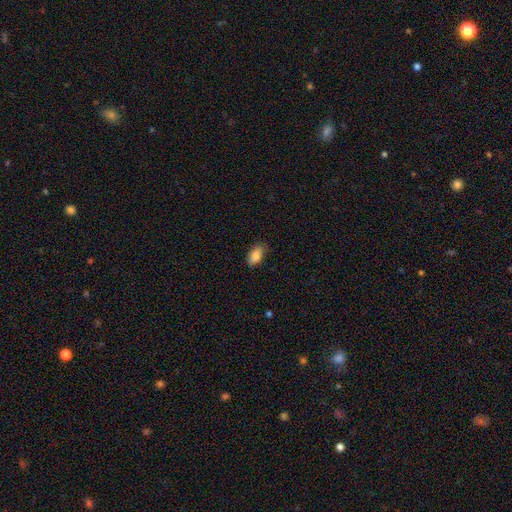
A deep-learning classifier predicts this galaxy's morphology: smooth-or-featured: smooth: 84% | featured or disk: 8% | star or artifact: 8%
  how-rounded: in between: 91% | cigar-shaped: 5% | round: 4%
  merging: none: 77% | minor disturbance: 19% | major disturbance: 3% | merger: 1%